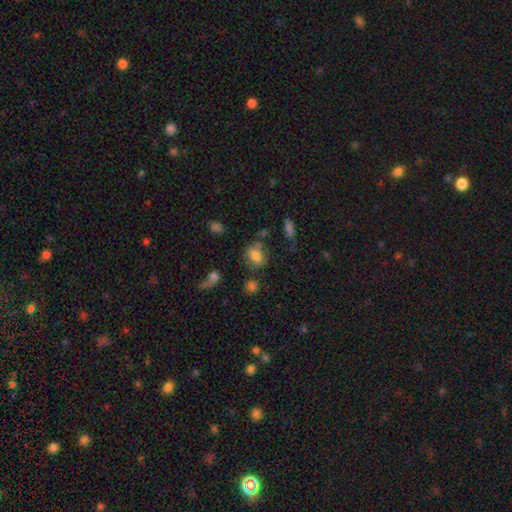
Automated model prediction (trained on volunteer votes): Overall: smooth (73%). How rounded: round (51%; in between 48%). Merging: none (62%).